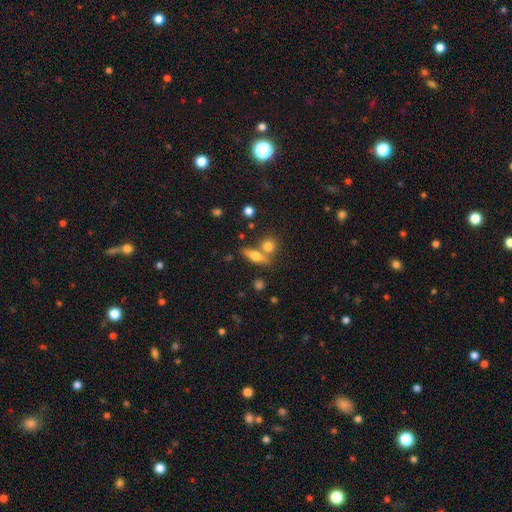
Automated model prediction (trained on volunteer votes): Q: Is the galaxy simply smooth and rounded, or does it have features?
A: smooth — 54%.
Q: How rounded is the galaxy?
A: cigar-shaped — 45%, tied with in between.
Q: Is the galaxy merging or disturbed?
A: none — 62%.